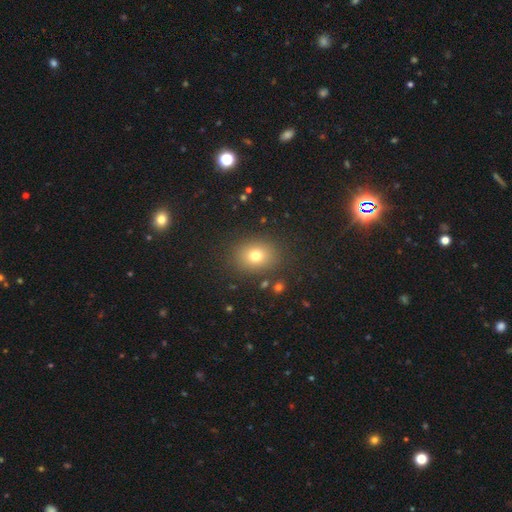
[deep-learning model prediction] Morphology: type=smooth (75%); roundness=round (52%); merging=none (86%).